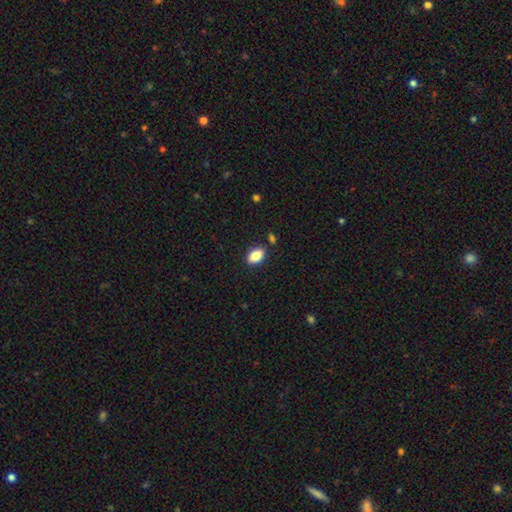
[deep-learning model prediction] Smooth or featured: smooth — 85% (star or artifact — 8%)
How rounded: in between — 89% (round — 8%)
Merging: none — 84% (minor disturbance — 10%)